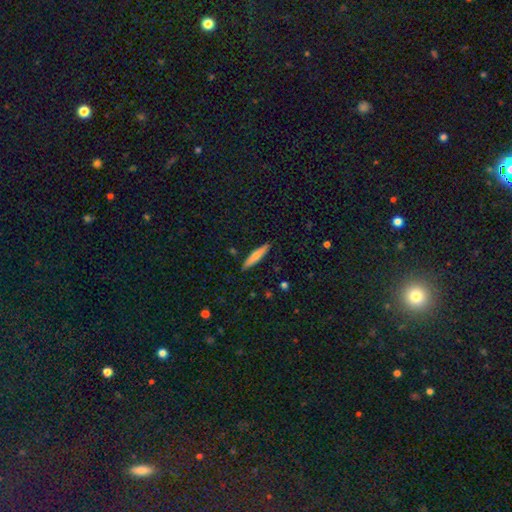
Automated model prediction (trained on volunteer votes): smooth_or_featured: smooth (p=0.68) [alt: featured or disk p=0.26]
how_rounded: cigar-shaped (p=0.87) [alt: in between p=0.11]
merging: none (p=0.89) [alt: minor disturbance p=0.08]